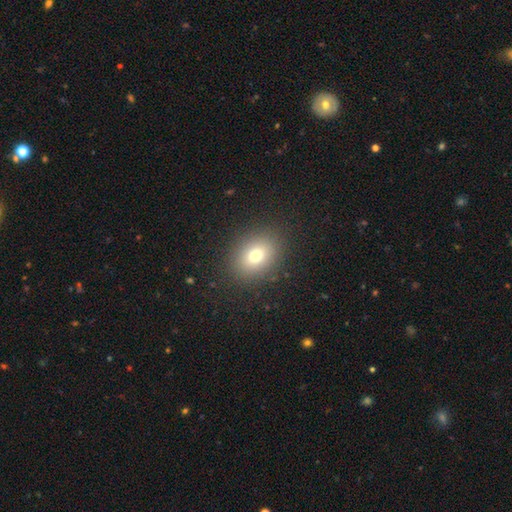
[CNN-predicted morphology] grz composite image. It shows a smooth galaxy with no disk features (74%) that is in between round and cigar-shaped (50%). Merging: none (88%).